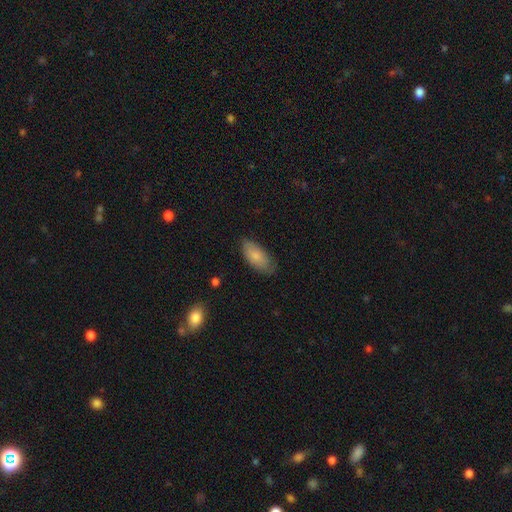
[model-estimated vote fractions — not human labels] Overall: smooth (81%). How rounded: in between (90%). Merging: none (74%).